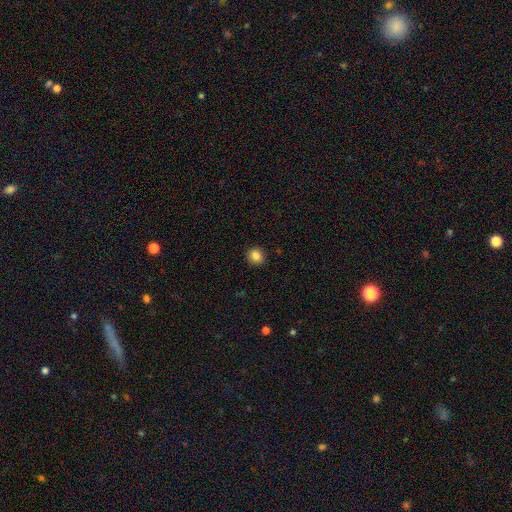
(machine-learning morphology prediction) smooth-or-featured: smooth: 85% | star or artifact: 10% | featured or disk: 5%
  how-rounded: round: 86% | in between: 13% | cigar-shaped: 1%
  merging: none: 92% | minor disturbance: 5% | major disturbance: 2% | merger: 1%